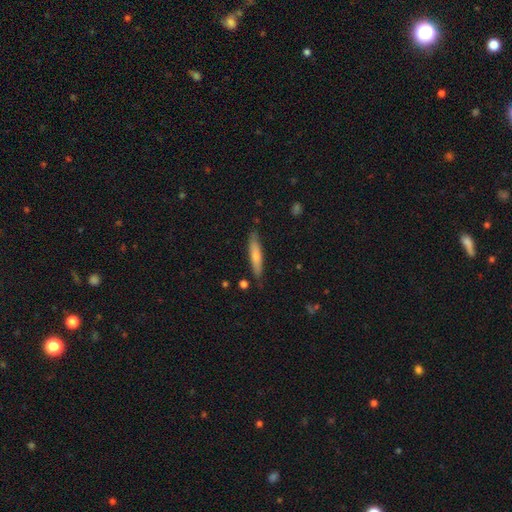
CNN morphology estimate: A smooth galaxy with no disk features (67%) that is cigar-shaped (86%). Merging: none (81%).